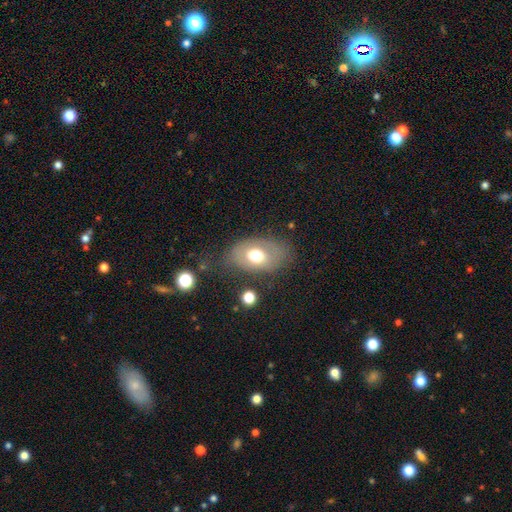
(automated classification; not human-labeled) Q: Smooth or featured?
A: smooth (61%); runner-up: featured or disk (30%)
Q: How rounded?
A: in between (85%); runner-up: round (14%)
Q: Merging?
A: none (66%); runner-up: minor disturbance (21%)